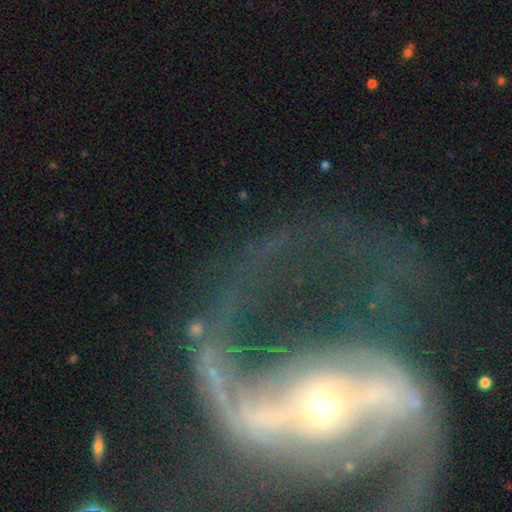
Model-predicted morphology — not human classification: Smooth or featured? Predicted: featured or disk (p=0.89). Edge-on disk? Predicted: no (p=0.96). Bar? Predicted: strong (p=0.54). Spiral arms? Predicted: yes (p=0.93). Spiral winding? Predicted: loose (p=0.46). Spiral arm count? Predicted: 2 (p=0.82). Bulge size? Predicted: small (p=0.60). Merging? Predicted: none (p=0.51).